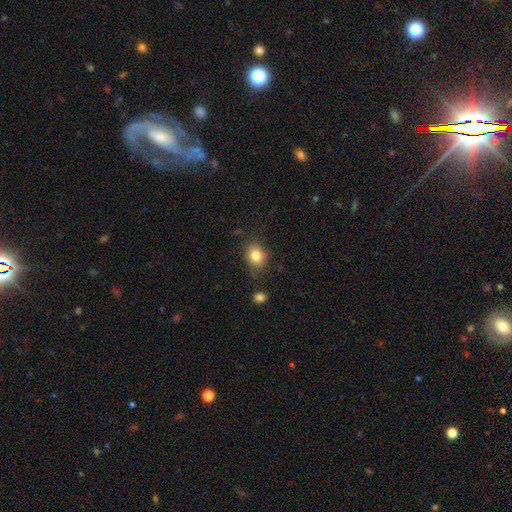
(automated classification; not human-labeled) A smooth galaxy with no disk features (82%) that is round (60%).

Vote fractions:
- Smooth or featured? smooth: 82% / star or artifact: 11% / featured or disk: 7%
- How rounded? round: 60% / in between: 39% / cigar-shaped: 1%
- Merging? none: 79% / minor disturbance: 15% / major disturbance: 4% / merger: 2%